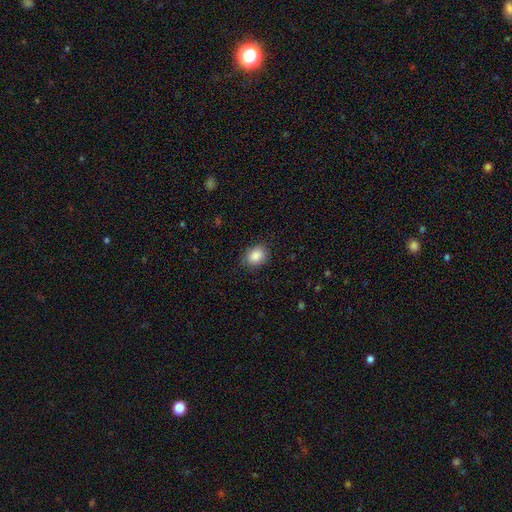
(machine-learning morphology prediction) This is clearly a smooth galaxy (88%). How rounded: likely in between (61%). Merging: clearly none (83%).